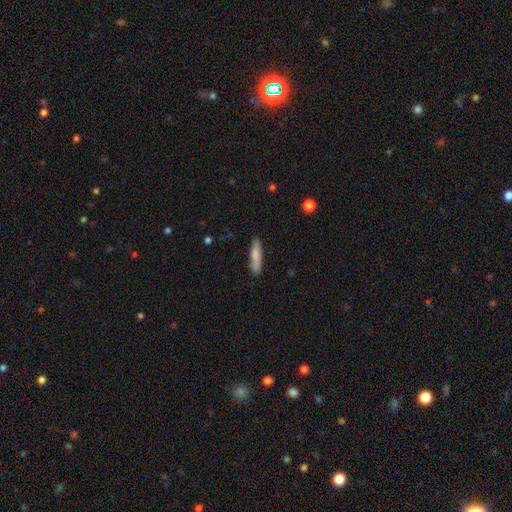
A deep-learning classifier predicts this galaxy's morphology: A smooth galaxy with no disk features (80%) that is cigar-shaped (79%).

Vote fractions:
- Smooth or featured? smooth: 80% / featured or disk: 14% / star or artifact: 6%
- How rounded? cigar-shaped: 79% / in between: 19% / round: 1%
- Merging? none: 84% / minor disturbance: 12% / major disturbance: 2% / merger: 2%